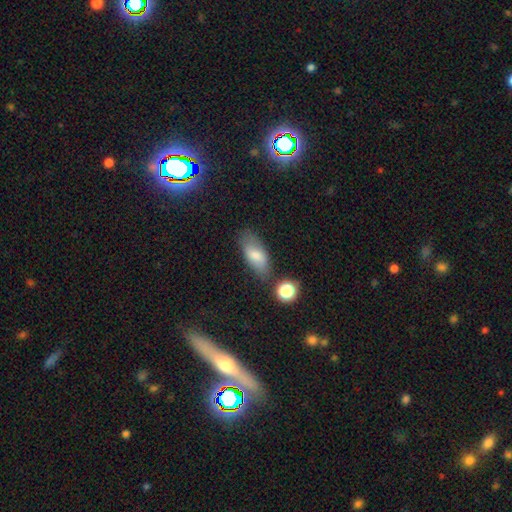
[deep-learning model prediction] The model was most divided on "merging": none: 66%, minor disturbance: 20%, merger: 8%, major disturbance: 6%. More confident: how rounded — in between (84%); smooth or featured — smooth (75%).